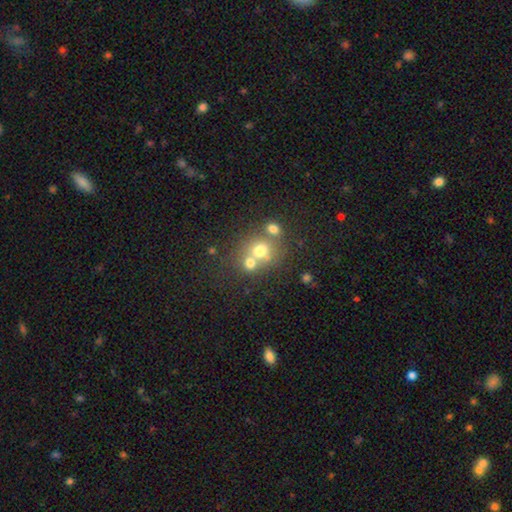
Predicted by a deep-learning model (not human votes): A smooth galaxy with no disk features (60%) that is round (78%).

Vote fractions:
- Smooth or featured? smooth: 60% / featured or disk: 21% / star or artifact: 20%
- How rounded? round: 78% / in between: 21% / cigar-shaped: 1%
- Merging? none: 45% / merger: 43% / minor disturbance: 8% / major disturbance: 4%